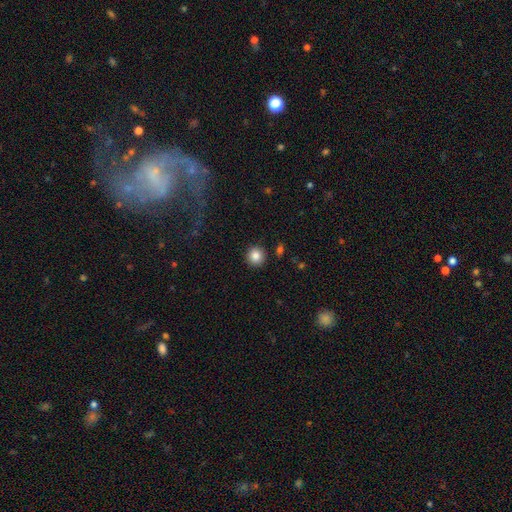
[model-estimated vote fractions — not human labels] Morphology: type=smooth (85%); roundness=round (94%); merging=none (91%).